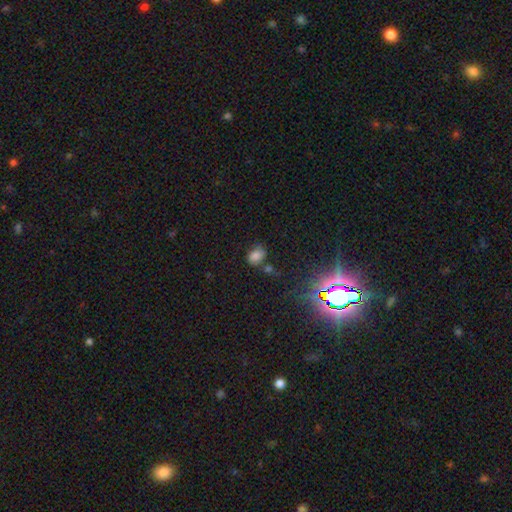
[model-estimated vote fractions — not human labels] smooth_or_featured: smooth (p=0.74) [alt: star or artifact p=0.18]
how_rounded: in between (p=0.69) [alt: round p=0.29]
merging: none (p=0.63) [alt: minor disturbance p=0.20]